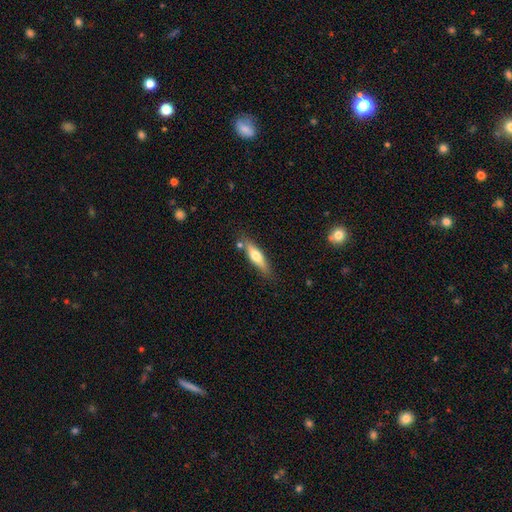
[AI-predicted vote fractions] This is possibly a smooth galaxy (56%). How rounded: likely cigar-shaped (71%). Merging: likely none (76%).